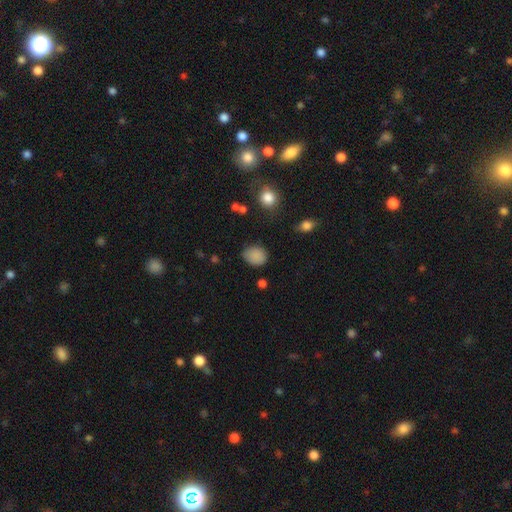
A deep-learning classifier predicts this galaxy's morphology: A smooth galaxy with no disk features (85%) that is round (54%). Merging: none (72%).